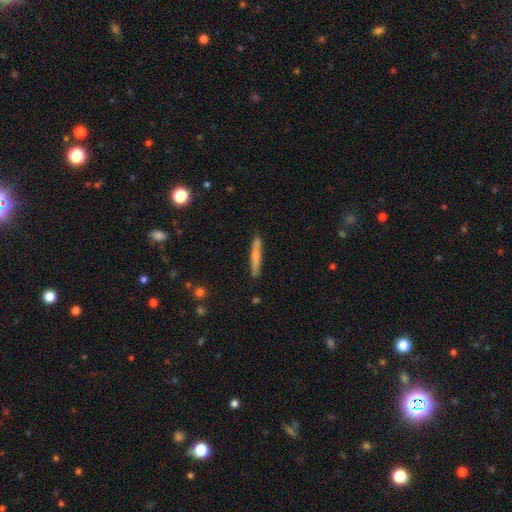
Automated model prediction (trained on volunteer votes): Smooth or featured? smooth (58%)
How rounded? cigar-shaped (94%)
Merging? none (87%)